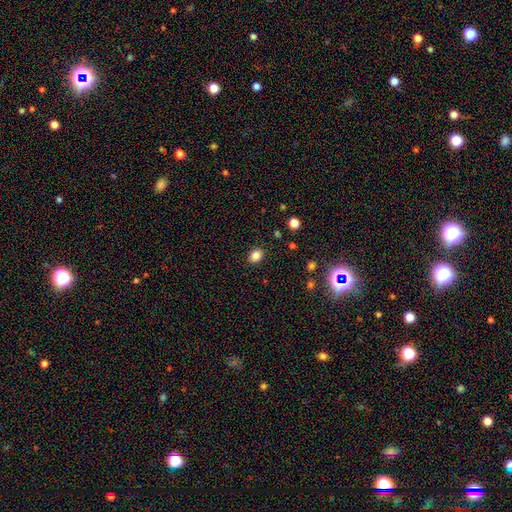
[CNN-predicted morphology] A smooth galaxy with no disk features (84%) that is in between round and cigar-shaped (56%). Merging: none (88%).